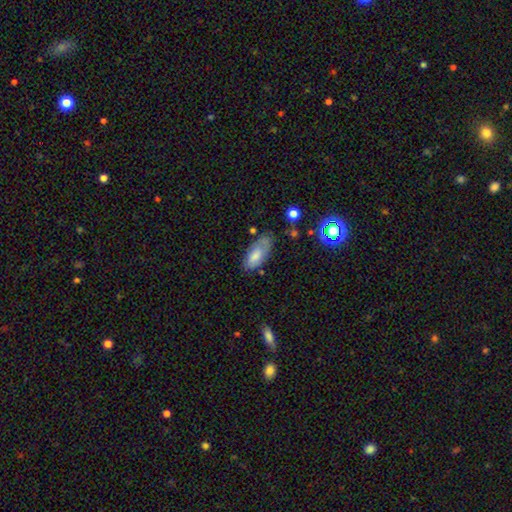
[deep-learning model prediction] A smooth galaxy with no disk features (70%) that is in between round and cigar-shaped (88%).

Vote fractions:
- Smooth or featured? smooth: 70% / featured or disk: 23% / star or artifact: 8%
- How rounded? in between: 88% / cigar-shaped: 9% / round: 2%
- Merging? none: 56% / minor disturbance: 30% / major disturbance: 10% / merger: 4%